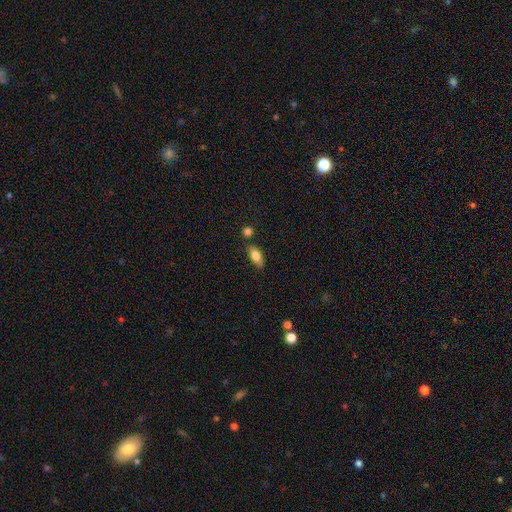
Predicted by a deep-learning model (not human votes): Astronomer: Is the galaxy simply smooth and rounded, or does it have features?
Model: smooth — 79%.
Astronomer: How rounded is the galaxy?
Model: in between — 81%.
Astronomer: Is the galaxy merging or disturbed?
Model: none — 72%.